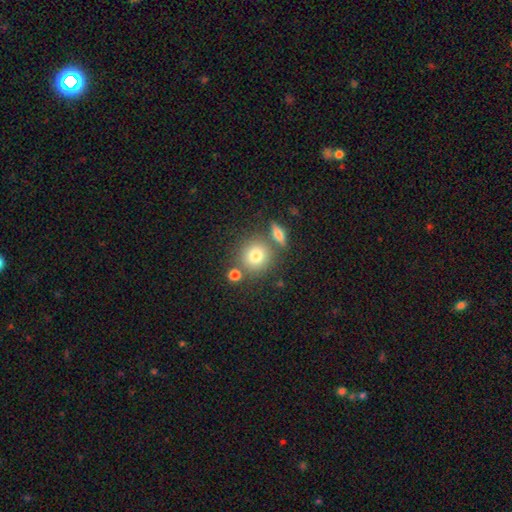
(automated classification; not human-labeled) Smooth or featured? smooth (78%)
How rounded? round (86%)
Merging? none (69%)